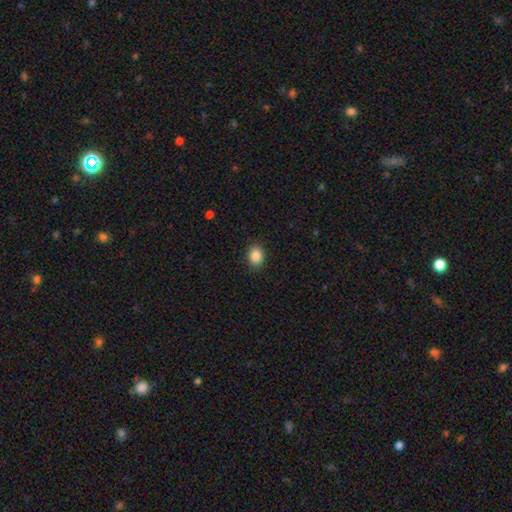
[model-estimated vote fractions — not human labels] smooth_or_featured: smooth (p=0.87) [alt: star or artifact p=0.09]
how_rounded: in between (p=0.57) [alt: round p=0.43]
merging: none (p=0.90) [alt: minor disturbance p=0.07]